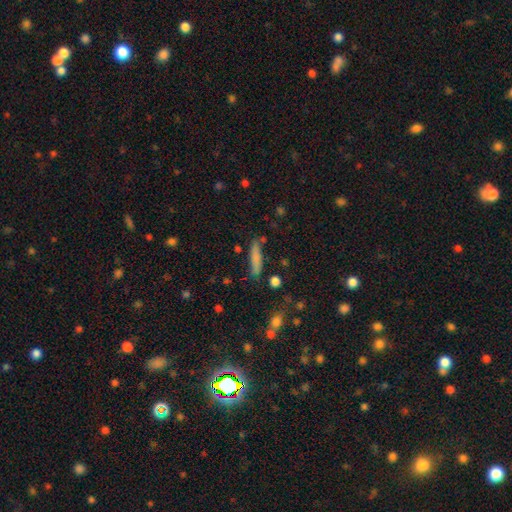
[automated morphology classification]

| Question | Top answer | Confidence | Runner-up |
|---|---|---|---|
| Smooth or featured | smooth | 76% | featured or disk (15%) |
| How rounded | cigar-shaped | 82% | in between (16%) |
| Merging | none | 76% | minor disturbance (16%) |